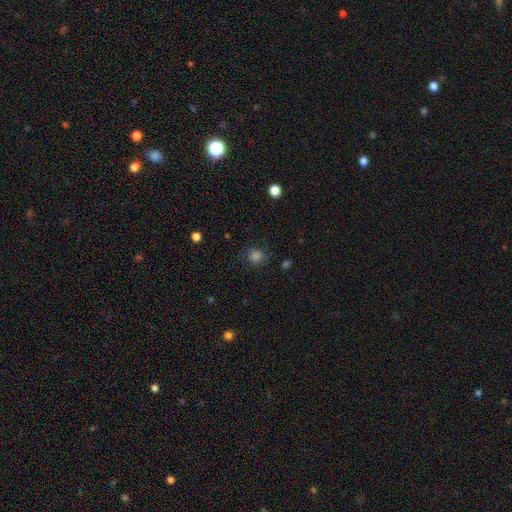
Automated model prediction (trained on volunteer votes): Q: Smooth or featured?
A: smooth (76%); runner-up: star or artifact (17%)
Q: How rounded?
A: round (87%); runner-up: in between (12%)
Q: Merging?
A: none (78%); runner-up: minor disturbance (14%)